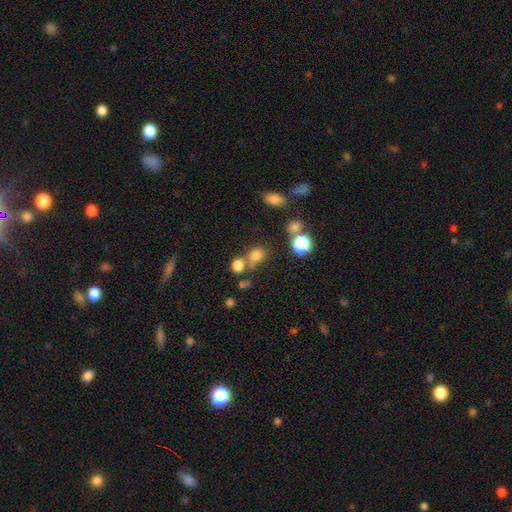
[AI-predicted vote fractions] A smooth galaxy with no disk features (75%) that is round (63%). Merging: none (49%).